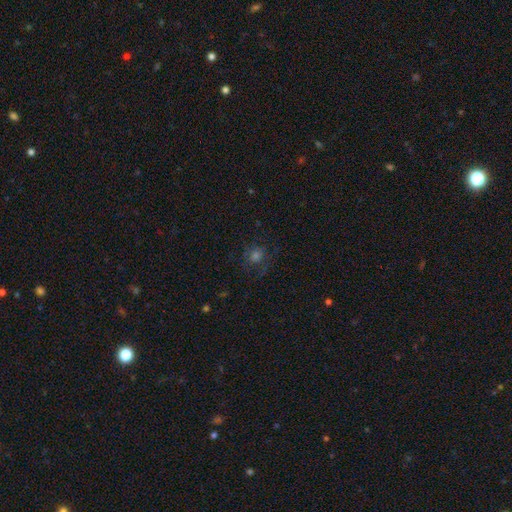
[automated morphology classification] Smooth or featured: smooth — 50% (star or artifact — 26%)
How rounded: round — 80% (in between — 18%)
Merging: none — 65% (major disturbance — 17%)